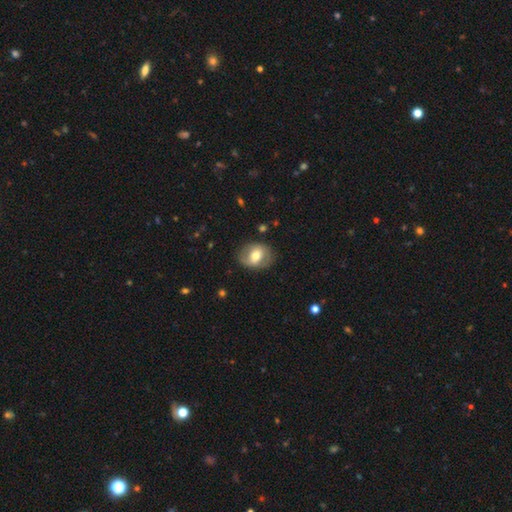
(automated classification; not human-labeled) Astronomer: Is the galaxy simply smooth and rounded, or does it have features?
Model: smooth — 47% (runner-up: featured or disk, 46%).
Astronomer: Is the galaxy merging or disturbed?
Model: none — 76%.